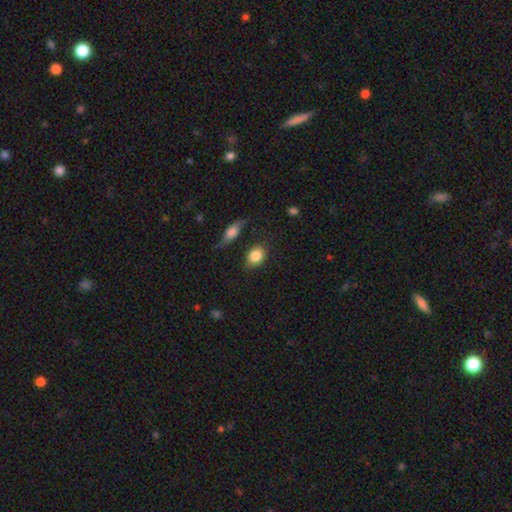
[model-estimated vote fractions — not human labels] The model was most divided on "how rounded": in between: 58%, round: 41%, cigar-shaped: 2%. More confident: smooth or featured — smooth (84%); merging — none (74%).